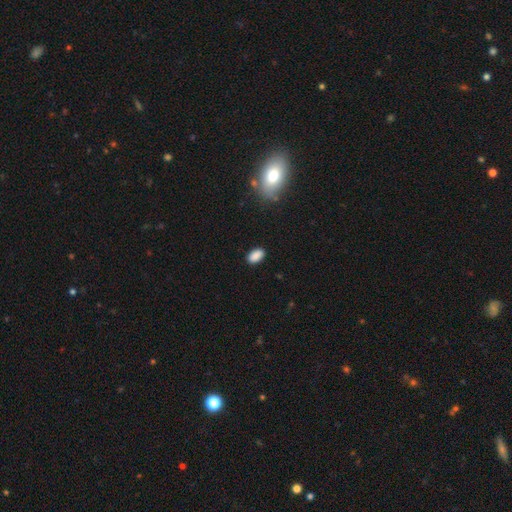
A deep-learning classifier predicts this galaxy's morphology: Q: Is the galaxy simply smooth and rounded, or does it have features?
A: smooth — 88%.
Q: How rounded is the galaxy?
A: in between — 92%.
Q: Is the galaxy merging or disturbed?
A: none — 87%.